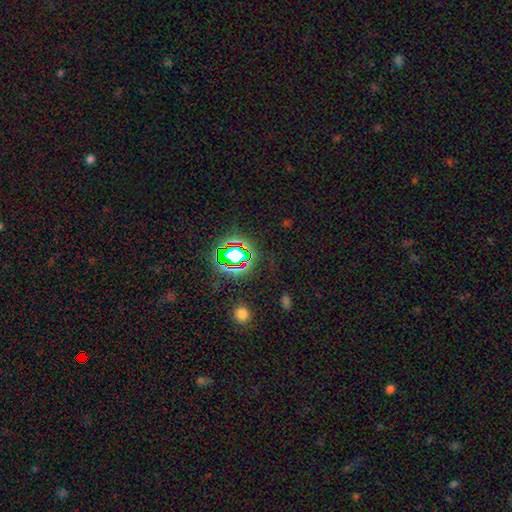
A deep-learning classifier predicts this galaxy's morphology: Smooth or featured? Predicted: star or artifact (p=0.75).